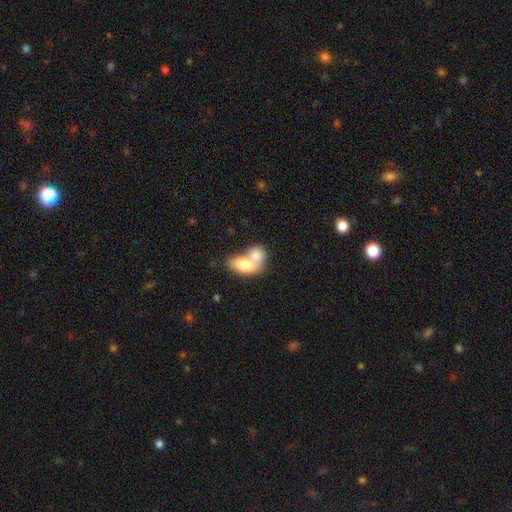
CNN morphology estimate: This is likely a smooth galaxy (73%). How rounded: likely in between (76%). Merging: likely merger (77%).